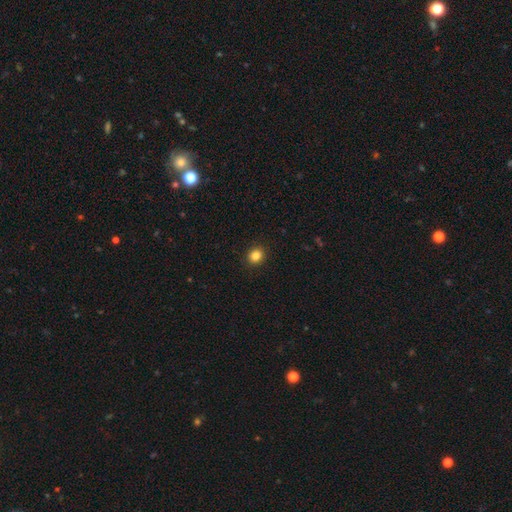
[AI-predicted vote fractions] Smooth or featured? Predicted: smooth (p=0.85). How rounded? Predicted: round (p=0.73). Merging? Predicted: none (p=0.92).